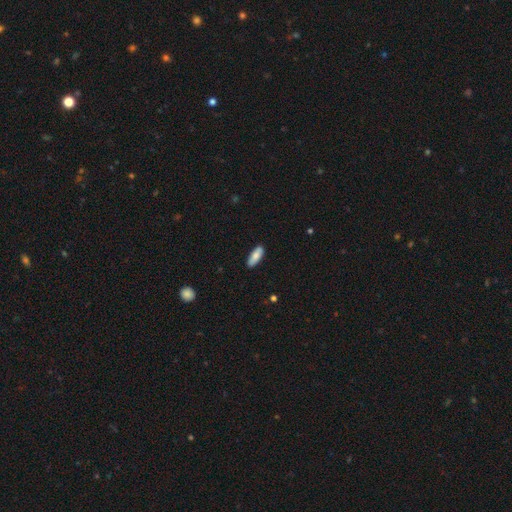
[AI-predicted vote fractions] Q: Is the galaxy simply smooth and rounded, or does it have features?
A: smooth — 85%.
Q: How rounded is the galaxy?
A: in between — 69%.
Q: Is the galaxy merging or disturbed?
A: none — 87%.